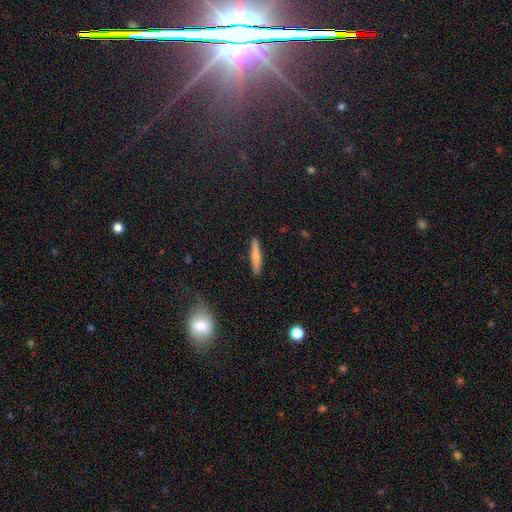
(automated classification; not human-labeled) smooth 66%, featured or disk 28%, star or artifact 7%. Down the decision tree: how rounded — cigar-shaped (89%); merging — none (90%).